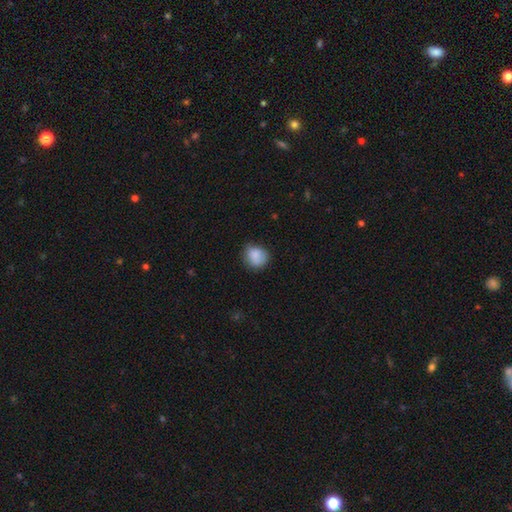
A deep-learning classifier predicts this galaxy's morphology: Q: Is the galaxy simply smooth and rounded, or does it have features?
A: smooth — 86%.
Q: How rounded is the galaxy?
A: round — 76%.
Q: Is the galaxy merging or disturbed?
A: none — 71%.